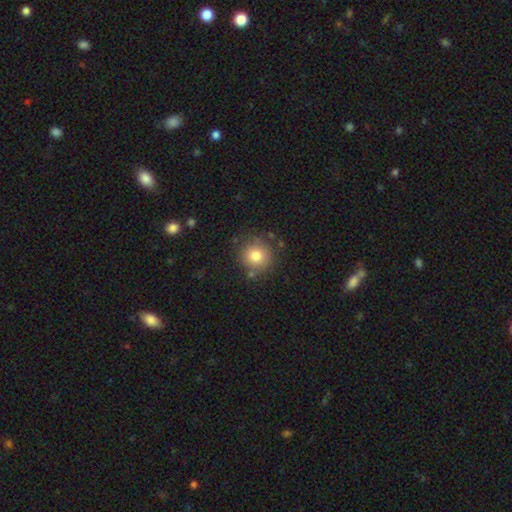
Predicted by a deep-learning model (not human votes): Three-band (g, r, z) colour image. It shows a smooth galaxy with no disk features (79%) that is round (93%). Merging: none (82%).